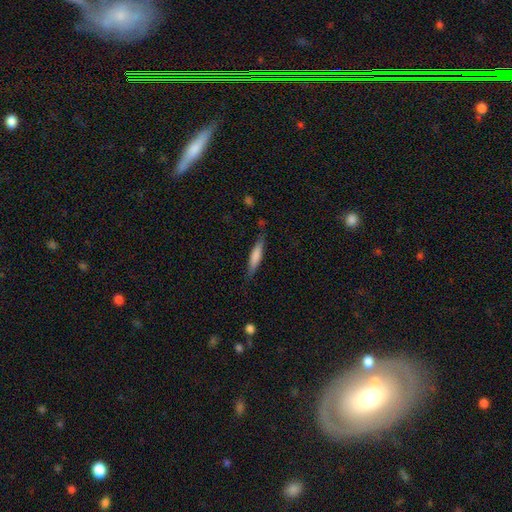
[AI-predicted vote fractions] A smooth galaxy with no disk features (69%) that is cigar-shaped (86%). Merging: none (80%).